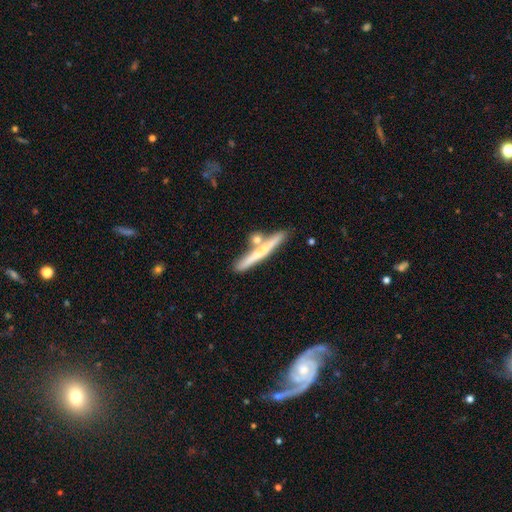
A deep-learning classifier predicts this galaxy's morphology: A smooth galaxy with no disk features (52%) that is cigar-shaped (93%). Merging: none (67%).